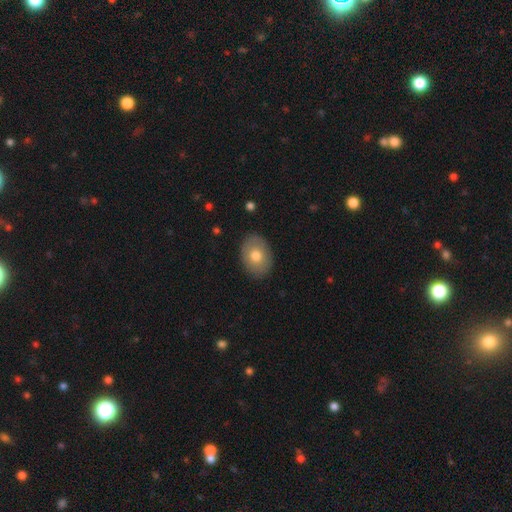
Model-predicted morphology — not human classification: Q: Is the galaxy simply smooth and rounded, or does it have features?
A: smooth — 73%.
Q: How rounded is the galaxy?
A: in between — 73%.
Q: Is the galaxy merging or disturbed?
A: none — 87%.